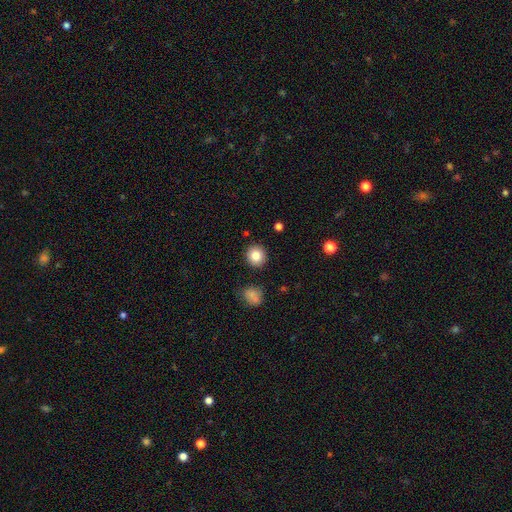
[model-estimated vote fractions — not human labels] Overall: smooth (84%). How rounded: round (91%). Merging: none (90%).